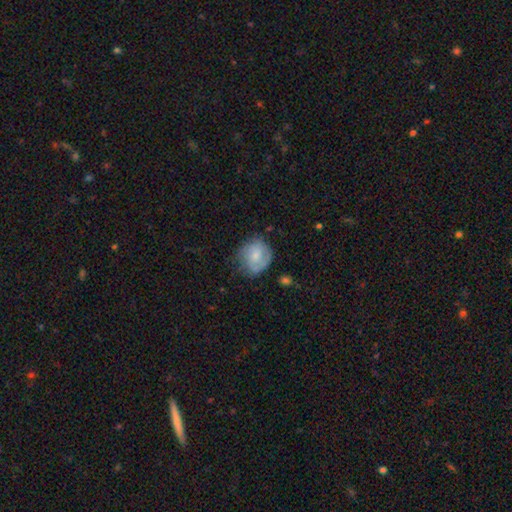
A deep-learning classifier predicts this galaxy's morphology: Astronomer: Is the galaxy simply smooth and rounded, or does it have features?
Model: smooth — 57% (runner-up: featured or disk, 36%).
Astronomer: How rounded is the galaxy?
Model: round — 71%.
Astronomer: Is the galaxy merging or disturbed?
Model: none — 59%.